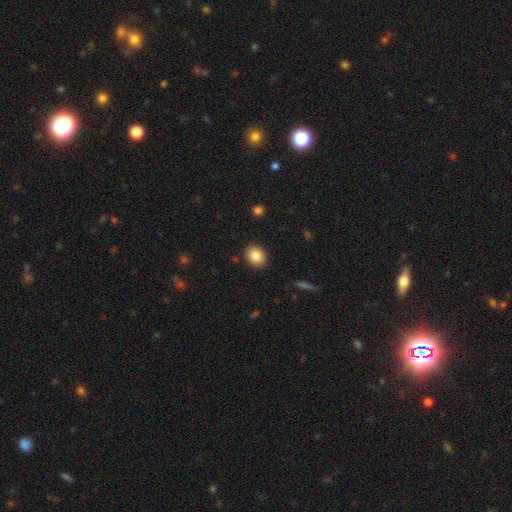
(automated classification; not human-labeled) Smooth or featured?
  - smooth: 84% *
  - star or artifact: 9%
  - featured or disk: 7%
How rounded?
  - round: 56% *
  - in between: 43%
  - cigar-shaped: 1%
Merging?
  - none: 90% *
  - minor disturbance: 7%
  - major disturbance: 2%
  - merger: 1%